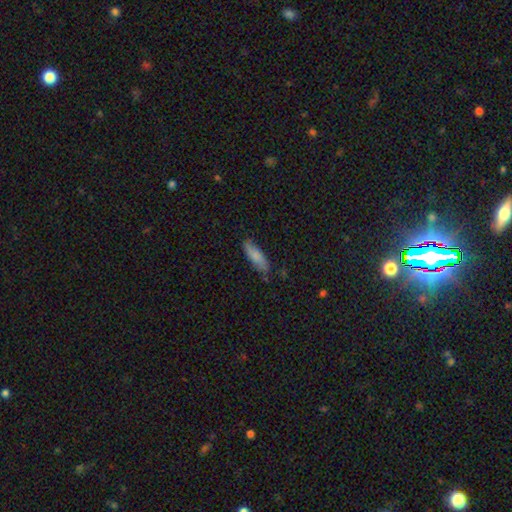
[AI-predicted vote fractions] This appears to be a smooth galaxy with no disk features (81%) that is cigar-shaped (53%). Merging: none (79%).